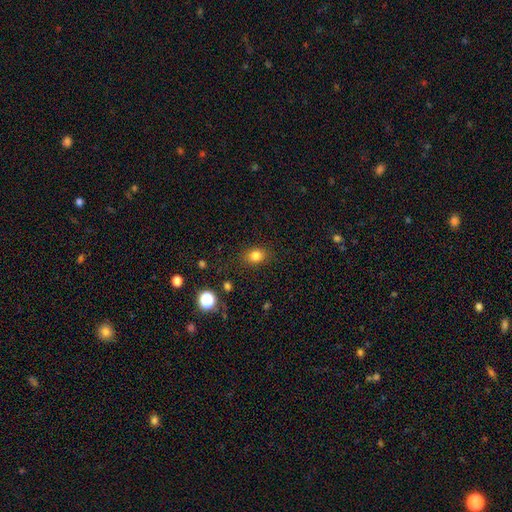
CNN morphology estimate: Smooth or featured?
  - smooth: 81% *
  - star or artifact: 12%
  - featured or disk: 7%
How rounded?
  - in between: 56% *
  - round: 43%
  - cigar-shaped: 1%
Merging?
  - none: 84% *
  - minor disturbance: 11%
  - major disturbance: 3%
  - merger: 1%